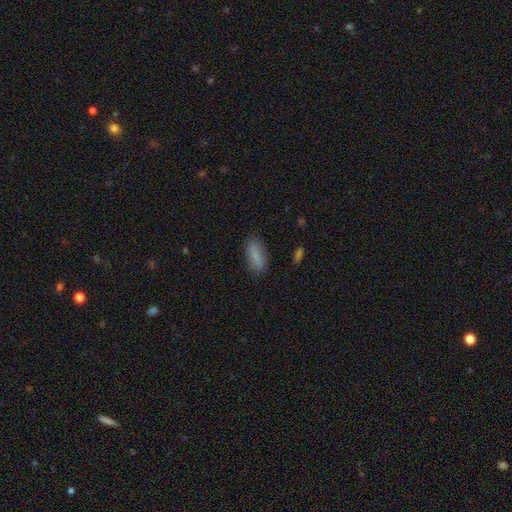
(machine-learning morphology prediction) Smooth or featured? smooth (81%)
How rounded? in between (76%)
Merging? none (78%)